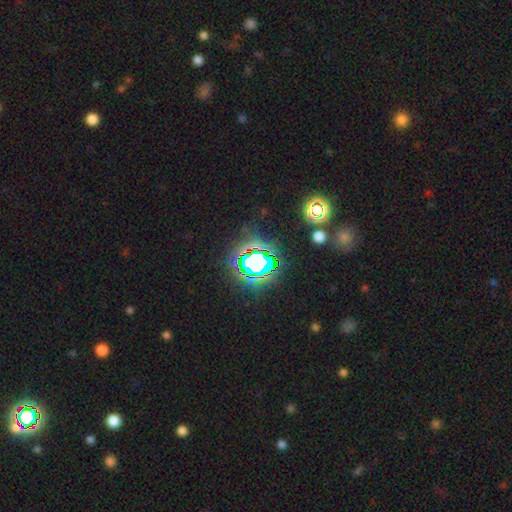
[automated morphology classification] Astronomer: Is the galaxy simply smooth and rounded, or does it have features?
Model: star or artifact — 75%.